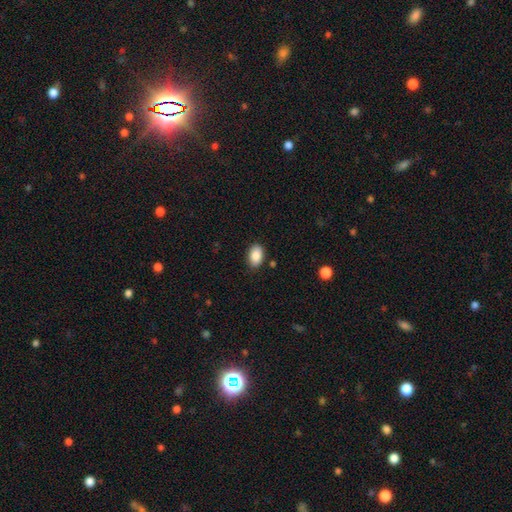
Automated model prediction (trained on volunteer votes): Morphology: type=smooth (88%); roundness=in between (89%); merging=none (85%).